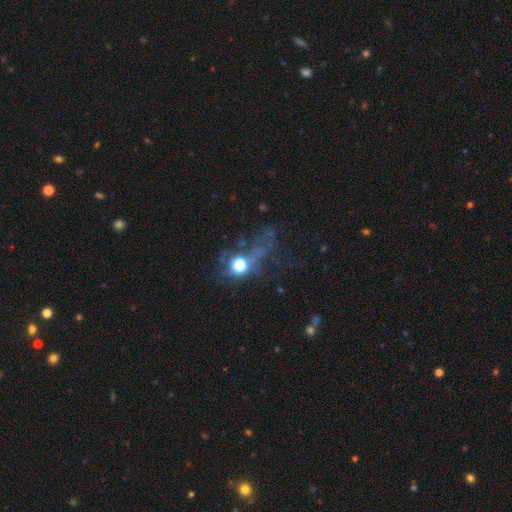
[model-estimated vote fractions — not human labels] This appears to be a star or artifact, not a galaxy (40%).